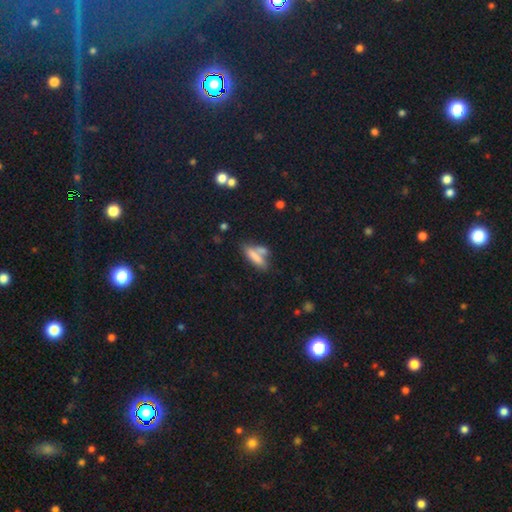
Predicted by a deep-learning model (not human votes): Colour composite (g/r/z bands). It shows a smooth galaxy with no disk features (73%) that is cigar-shaped (63%). Merging: none (44%).